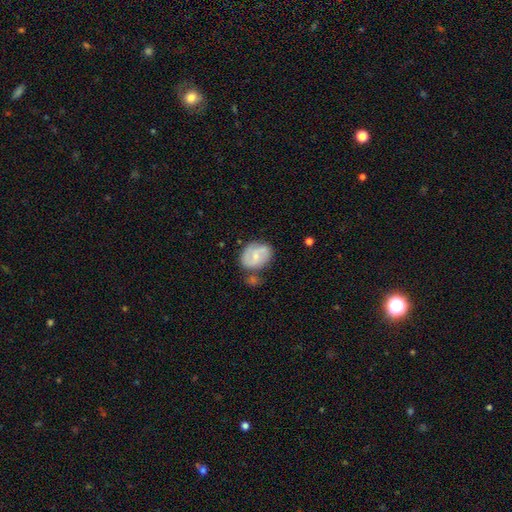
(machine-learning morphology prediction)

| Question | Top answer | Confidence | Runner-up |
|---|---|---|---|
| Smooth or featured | featured or disk | 58% | smooth (35%) |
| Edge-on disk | no | 97% | yes (3%) |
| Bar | weak | 46% | no (43%) |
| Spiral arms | yes | 81% | no (19%) |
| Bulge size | small | 60% | moderate (33%) |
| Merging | none | 59% | minor disturbance (22%) |